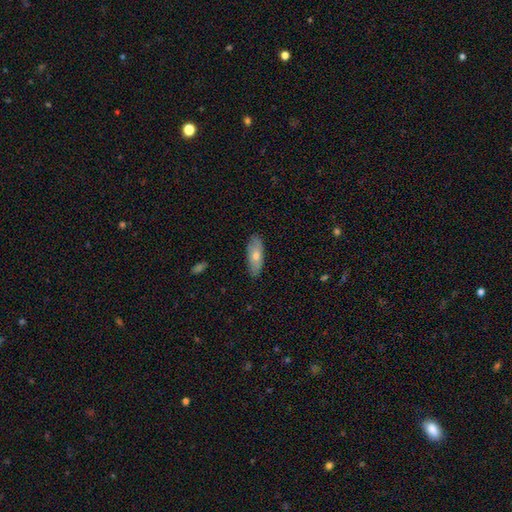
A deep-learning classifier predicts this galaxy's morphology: smooth 58%, featured or disk 34%, star or artifact 7%. Down the decision tree: how rounded — in between (65%); merging — none (86%).